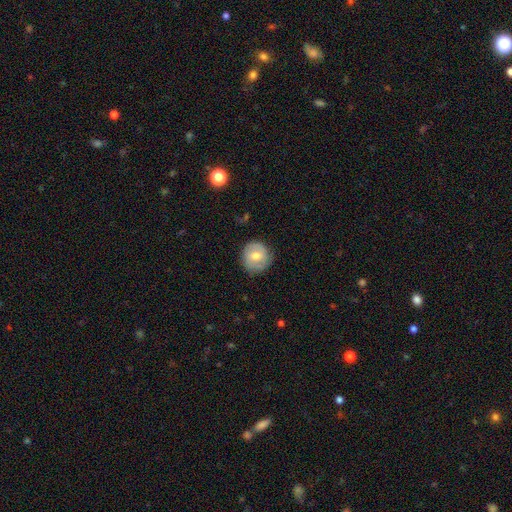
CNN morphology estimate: Smooth or featured: smooth — 55% (featured or disk — 37%)
How rounded: round — 90% (in between — 9%)
Merging: none — 81% (minor disturbance — 15%)